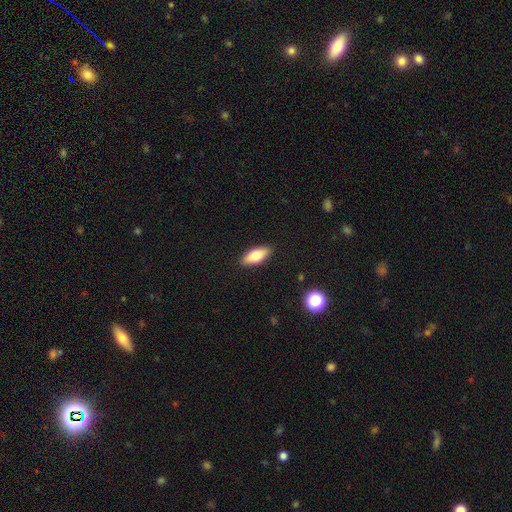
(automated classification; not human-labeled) Q: Smooth or featured?
A: smooth (74%); runner-up: featured or disk (19%)
Q: How rounded?
A: in between (76%); runner-up: cigar-shaped (21%)
Q: Merging?
A: none (90%); runner-up: minor disturbance (8%)